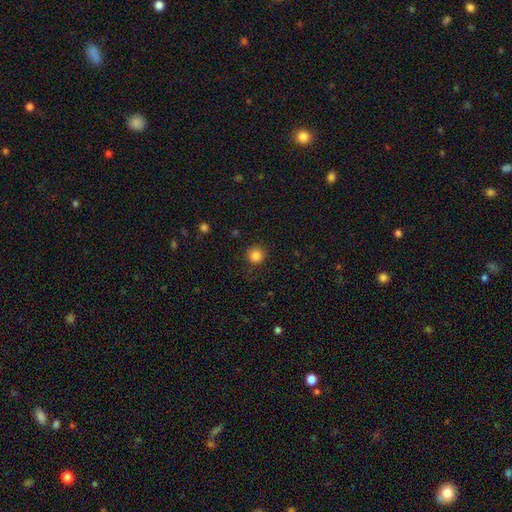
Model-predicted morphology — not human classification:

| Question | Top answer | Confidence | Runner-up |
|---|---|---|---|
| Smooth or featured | smooth | 84% | star or artifact (12%) |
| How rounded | round | 94% | in between (5%) |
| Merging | none | 88% | minor disturbance (8%) |